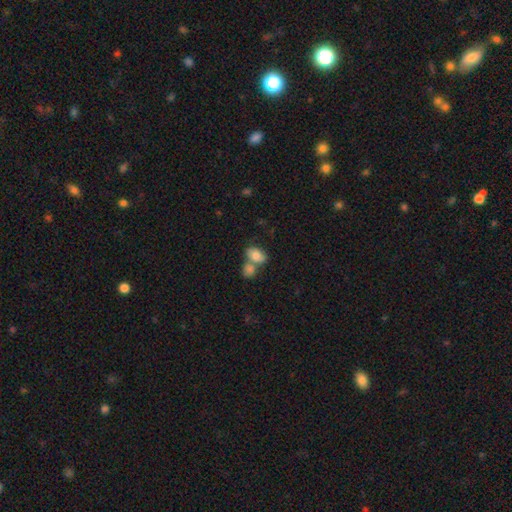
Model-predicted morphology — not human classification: Smooth or featured?
  - smooth: 79% *
  - featured or disk: 13%
  - star or artifact: 8%
How rounded?
  - in between: 81% *
  - round: 18%
  - cigar-shaped: 2%
Merging?
  - merger: 51% *
  - none: 32%
  - minor disturbance: 12%
  - major disturbance: 5%